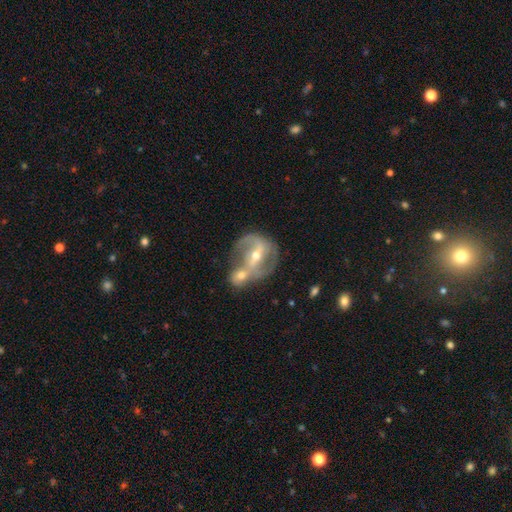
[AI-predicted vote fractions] Overall: featured or disk (82%). Edge-on disk: no (96%). Bar: strong (48%; weak 36%). Spiral arms: yes (87%). Spiral arm count: 2 (78%). Spiral winding: medium (49%; loose 26%). Bulge size: moderate (52%; small 45%). Merging: merger (48%; none 33%).